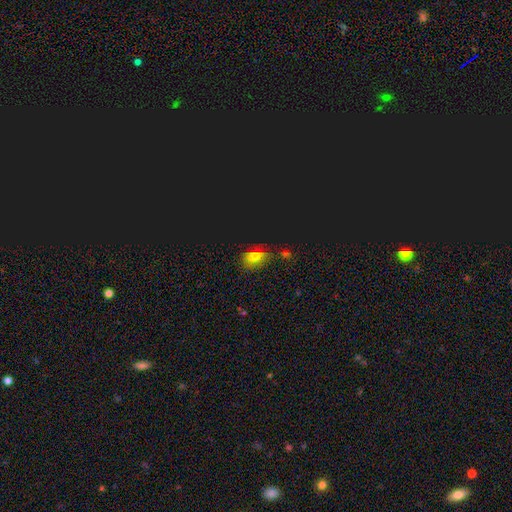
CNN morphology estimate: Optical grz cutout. It shows a smooth galaxy with no disk features (49%). Merging: none (64%).